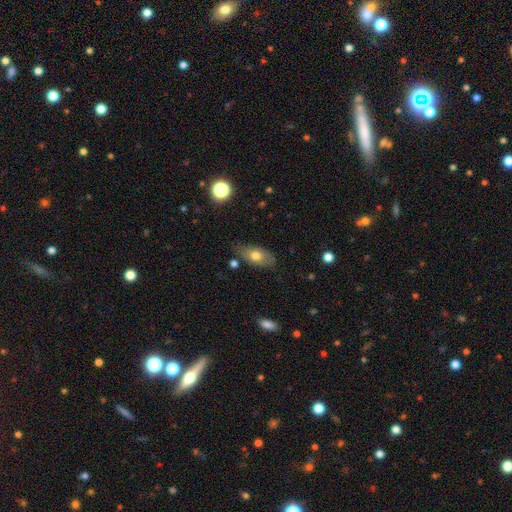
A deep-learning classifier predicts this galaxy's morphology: smooth-or-featured: smooth: 68% | featured or disk: 24% | star or artifact: 8%
  how-rounded: in between: 87% | round: 7% | cigar-shaped: 6%
  merging: none: 71% | minor disturbance: 22% | major disturbance: 5% | merger: 3%